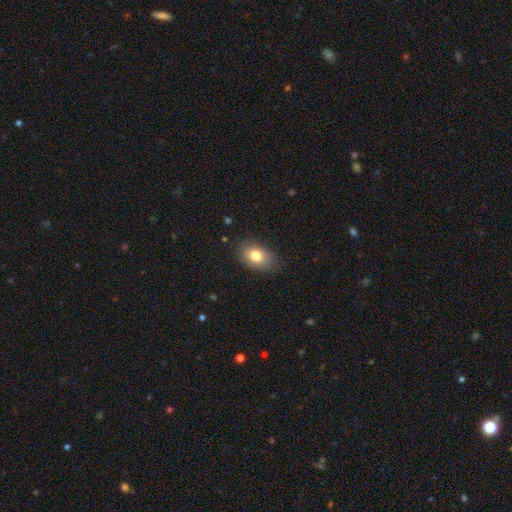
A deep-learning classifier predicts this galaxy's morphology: smooth 80%, featured or disk 12%, star or artifact 8%. Down the decision tree: how rounded — in between (85%); merging — none (80%).